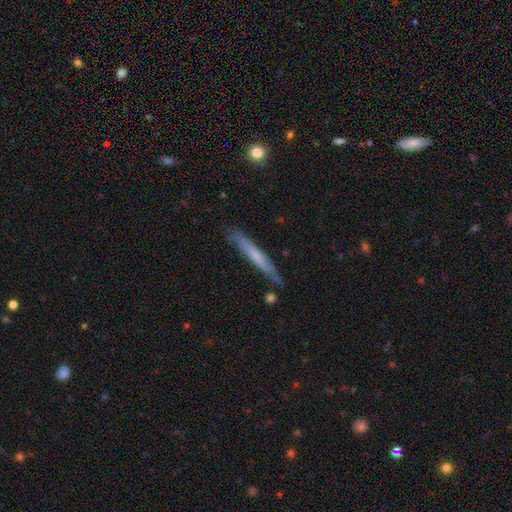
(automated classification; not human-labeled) smooth 49%, featured or disk 44%, star or artifact 6%. Down the decision tree: merging — none (80%).